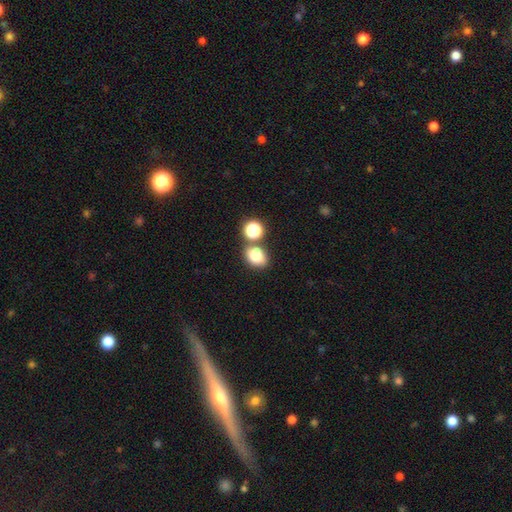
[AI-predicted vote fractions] Smooth or featured?
  - smooth: 78% *
  - star or artifact: 13%
  - featured or disk: 9%
How rounded?
  - in between: 59% *
  - round: 40%
  - cigar-shaped: 1%
Merging?
  - none: 65% *
  - merger: 20%
  - minor disturbance: 12%
  - major disturbance: 4%